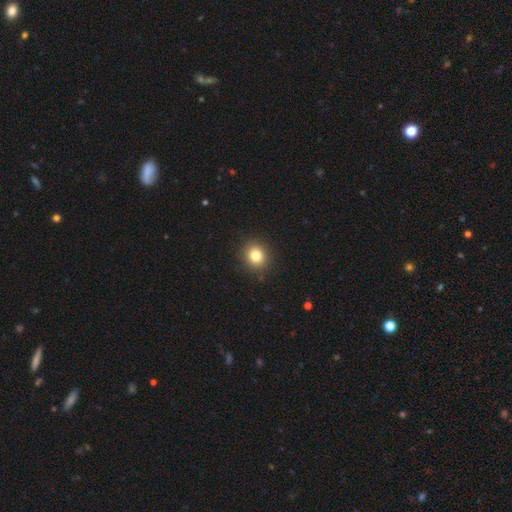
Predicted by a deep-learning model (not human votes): The model was most divided on "how rounded": round: 81%, in between: 18%, cigar-shaped: 1%. More confident: merging — none (90%); smooth or featured — smooth (82%).